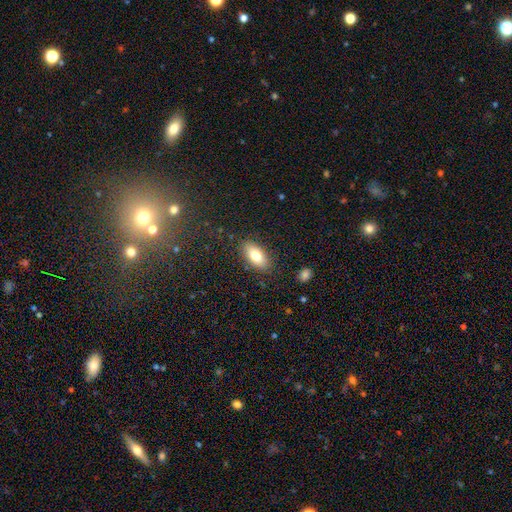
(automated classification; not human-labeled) This appears to be a smooth galaxy with no disk features (79%) that is in between round and cigar-shaped (90%). Merging: none (86%).